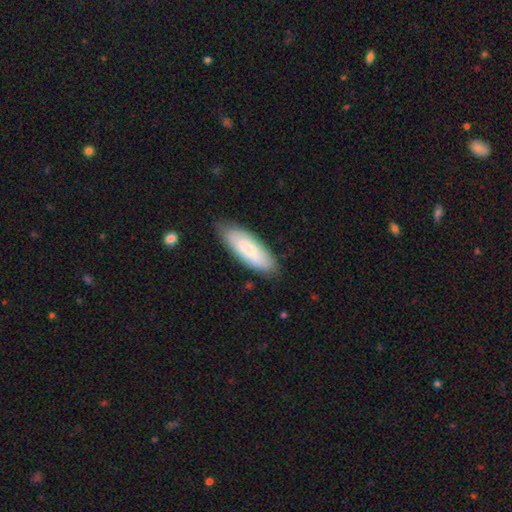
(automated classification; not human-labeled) Smooth or featured?
  - smooth: 71% *
  - featured or disk: 24%
  - star or artifact: 6%
How rounded?
  - in between: 65% *
  - cigar-shaped: 33%
  - round: 2%
Merging?
  - none: 79% *
  - minor disturbance: 16%
  - major disturbance: 3%
  - merger: 2%